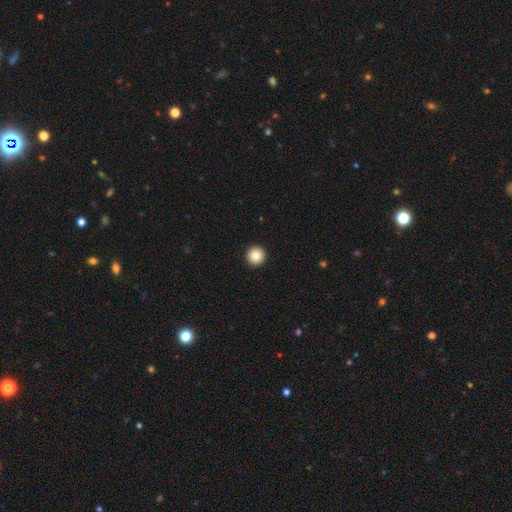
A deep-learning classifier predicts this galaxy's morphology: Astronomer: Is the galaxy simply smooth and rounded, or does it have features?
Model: smooth — 83%.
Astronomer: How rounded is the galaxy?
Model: round — 97%.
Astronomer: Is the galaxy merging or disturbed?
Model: none — 94%.